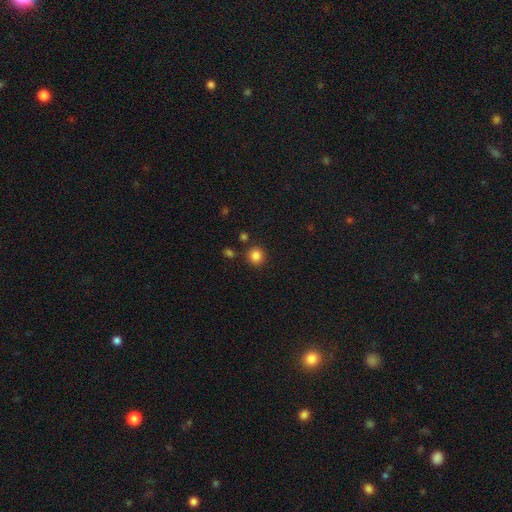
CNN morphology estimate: type=smooth (84%); roundness=round (90%); merging=none (87%).